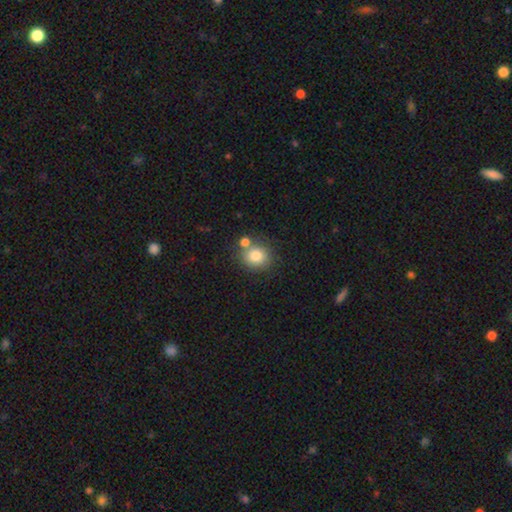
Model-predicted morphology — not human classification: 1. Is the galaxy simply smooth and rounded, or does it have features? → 82% smooth, 10% star or artifact, 8% featured or disk.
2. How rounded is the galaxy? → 78% round, 21% in between, 1% cigar-shaped.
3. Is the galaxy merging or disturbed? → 66% none, 20% merger, 11% minor disturbance, 4% major disturbance.